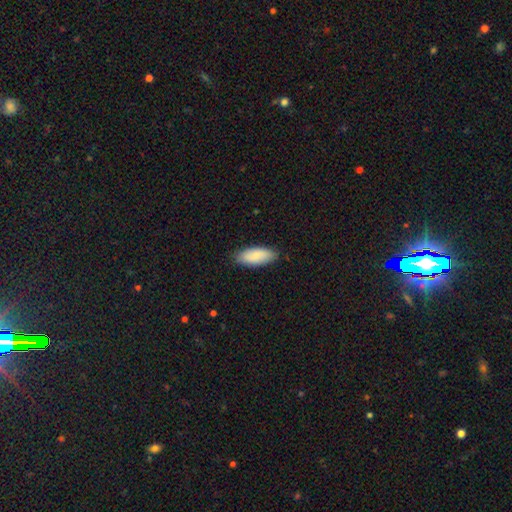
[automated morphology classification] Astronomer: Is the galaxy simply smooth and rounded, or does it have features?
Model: smooth — 86%.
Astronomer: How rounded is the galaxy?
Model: in between — 86%.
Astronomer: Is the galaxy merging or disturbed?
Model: none — 86%.